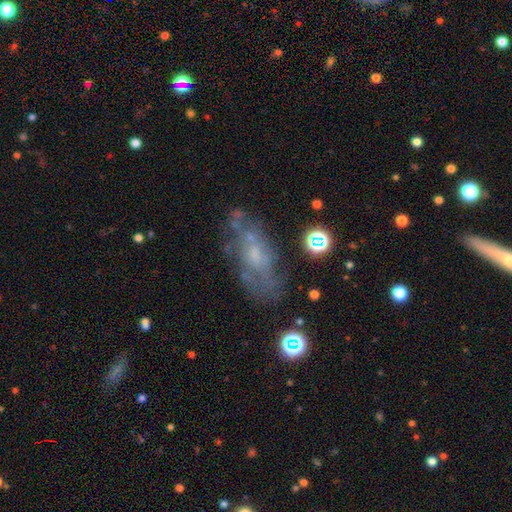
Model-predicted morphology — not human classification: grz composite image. It shows a featured or disk galaxy (58%) with no bar (76%), no spiral arms (58%) and a small central bulge (44%). Merging: none (57%).